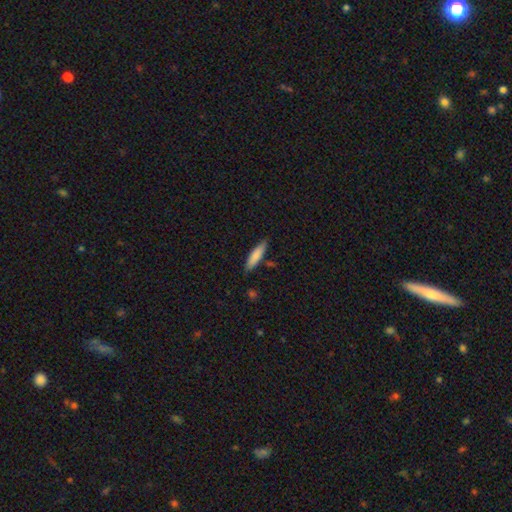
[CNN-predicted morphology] Smooth or featured?
  - smooth: 80% *
  - featured or disk: 15%
  - star or artifact: 6%
How rounded?
  - cigar-shaped: 71% *
  - in between: 27%
  - round: 1%
Merging?
  - none: 83% *
  - minor disturbance: 12%
  - merger: 3%
  - major disturbance: 2%